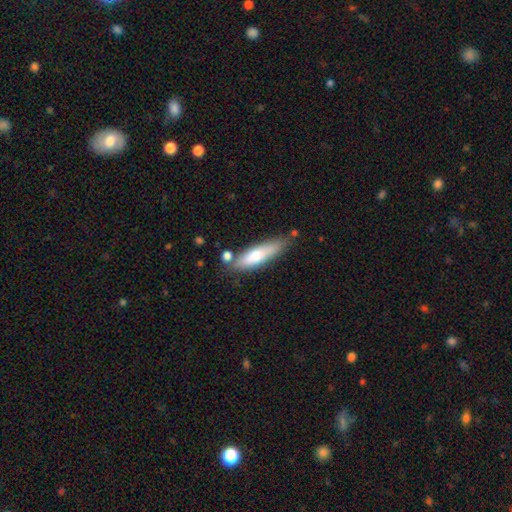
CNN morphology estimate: This appears to be a smooth galaxy with no disk features (68%) that is cigar-shaped (69%). Merging: none (68%).